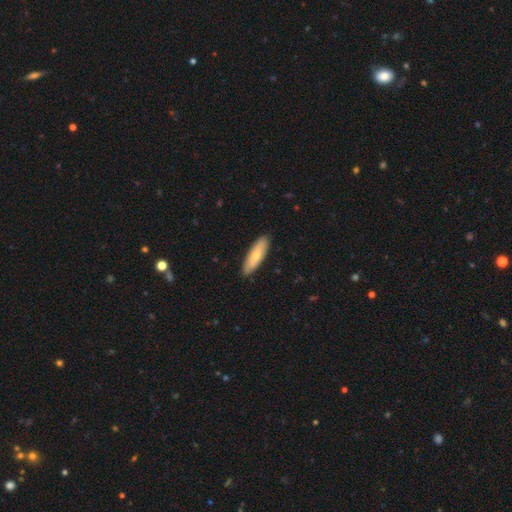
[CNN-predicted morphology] Smooth or featured: smooth — 65% (featured or disk — 29%)
How rounded: cigar-shaped — 52% (in between — 46%)
Merging: none — 88% (minor disturbance — 9%)